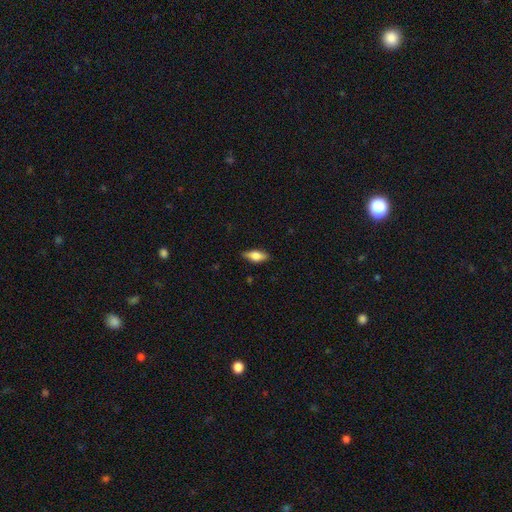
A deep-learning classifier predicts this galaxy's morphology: This appears to be a smooth galaxy with no disk features (62%) that is in between round and cigar-shaped (77%). Merging: none (84%).